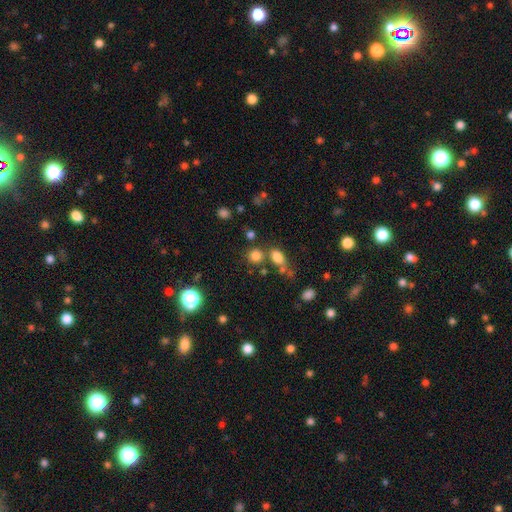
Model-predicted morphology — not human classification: Smooth or featured?
  - smooth: 79% *
  - star or artifact: 14%
  - featured or disk: 6%
How rounded?
  - round: 75% *
  - in between: 23%
  - cigar-shaped: 2%
Merging?
  - none: 66% *
  - merger: 19%
  - minor disturbance: 10%
  - major disturbance: 5%